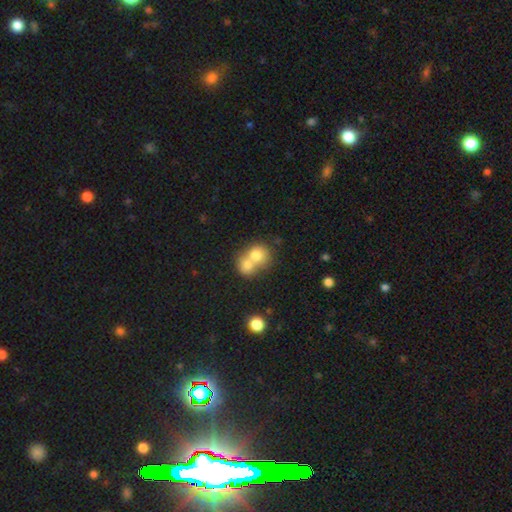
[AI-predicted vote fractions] smooth_or_featured: smooth (p=0.73) [alt: featured or disk p=0.17]
how_rounded: round (p=0.72) [alt: in between p=0.27]
merging: merger (p=0.70) [alt: none p=0.23]